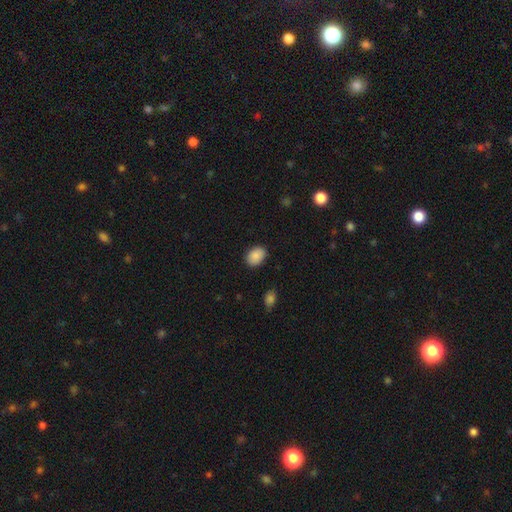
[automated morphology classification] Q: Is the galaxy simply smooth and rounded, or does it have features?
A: smooth — 88%.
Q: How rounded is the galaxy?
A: in between — 73%.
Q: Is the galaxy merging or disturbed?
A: none — 86%.